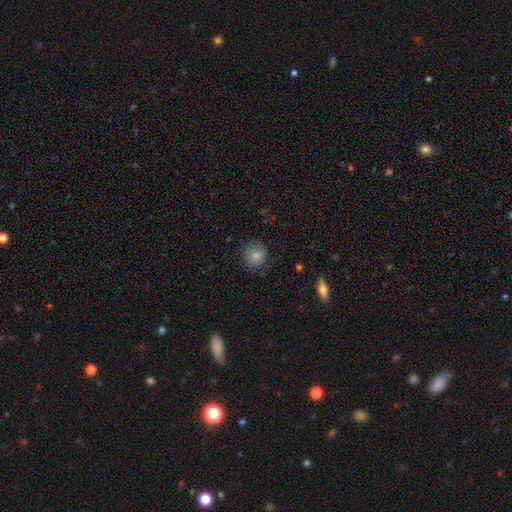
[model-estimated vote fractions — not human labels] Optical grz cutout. It shows a smooth galaxy with no disk features (83%) that is round (90%). Merging: none (83%).